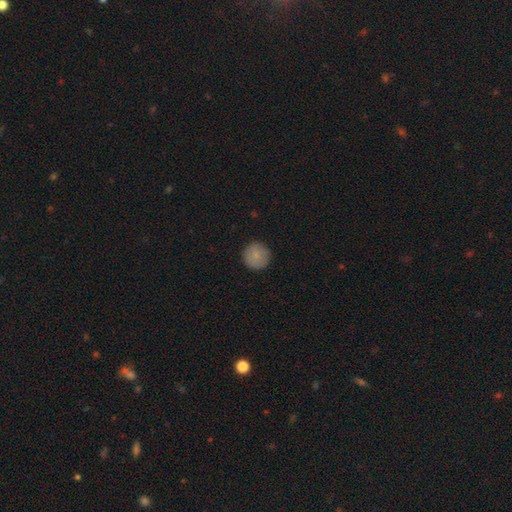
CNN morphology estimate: This is clearly a smooth galaxy (85%). How rounded: clearly round (96%). Merging: clearly none (90%).